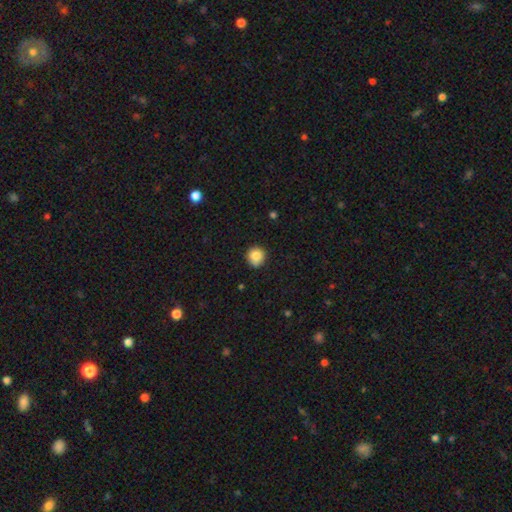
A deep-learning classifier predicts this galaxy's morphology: smooth_or_featured: smooth (p=0.83) [alt: star or artifact p=0.10]
how_rounded: round (p=0.90) [alt: in between p=0.09]
merging: none (p=0.76) [alt: minor disturbance p=0.18]